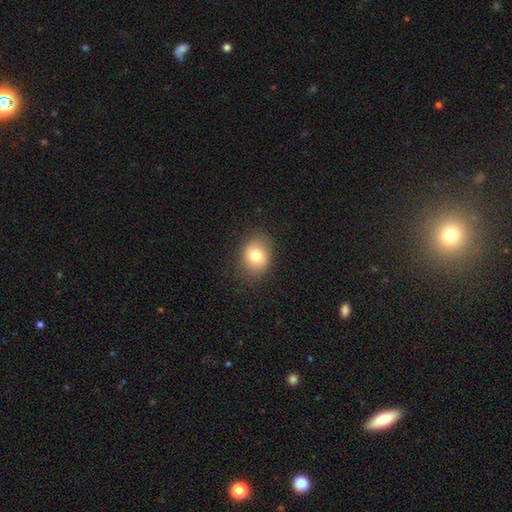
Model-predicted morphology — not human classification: This appears to be a smooth galaxy with no disk features (77%) that is in between round and cigar-shaped (53%). Merging: none (82%).